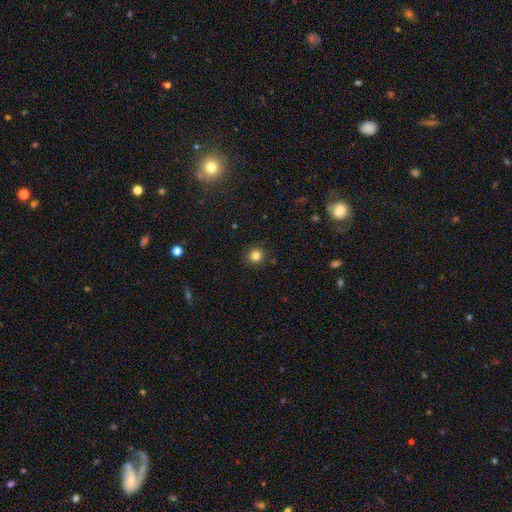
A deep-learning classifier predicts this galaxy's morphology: Smooth or featured? smooth (82%)
How rounded? round (95%)
Merging? none (91%)